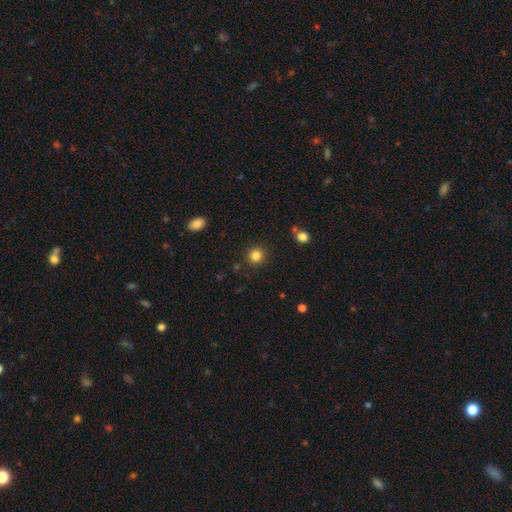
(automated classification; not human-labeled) A smooth galaxy with no disk features (84%) that is round (91%). Merging: none (89%).